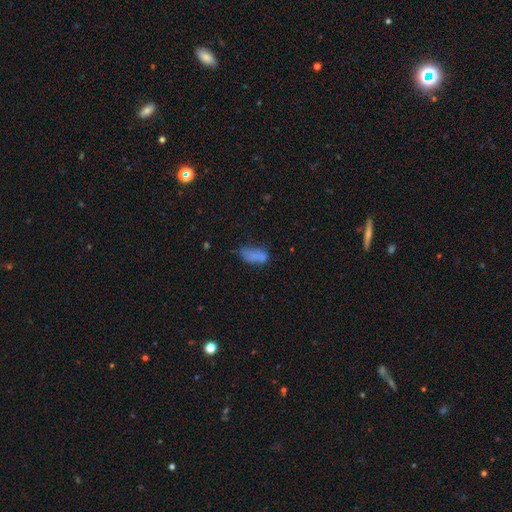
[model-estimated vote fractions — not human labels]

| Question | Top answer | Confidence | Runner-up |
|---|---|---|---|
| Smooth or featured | smooth | 76% | featured or disk (13%) |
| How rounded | in between | 82% | cigar-shaped (15%) |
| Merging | none | 45% | minor disturbance (31%) |